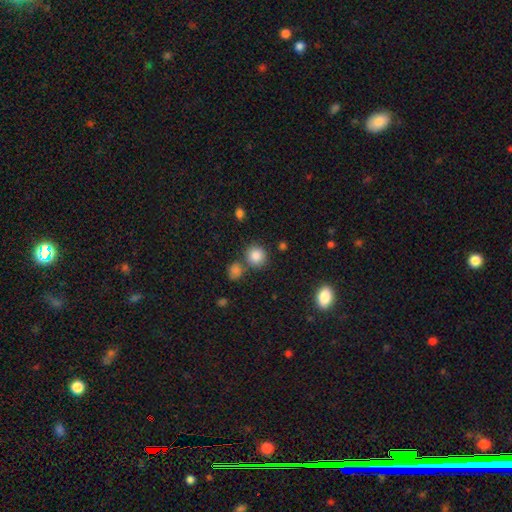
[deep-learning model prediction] This is clearly a smooth galaxy (85%). How rounded: clearly round (89%). Merging: likely none (71%).